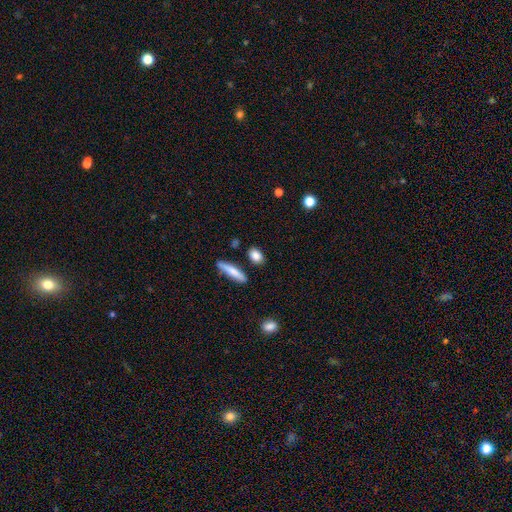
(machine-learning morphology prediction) type=smooth (85%); roundness=in between (64%); merging=none (82%).